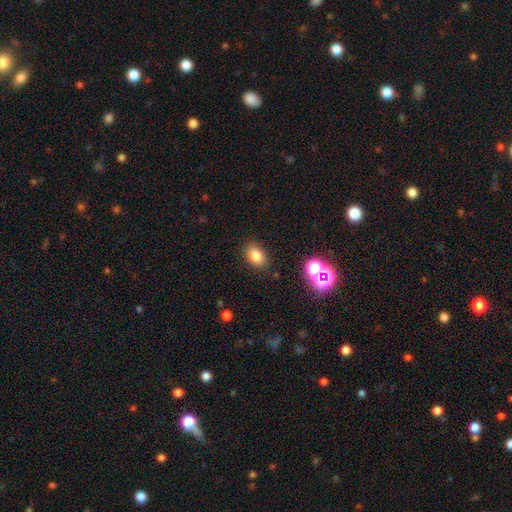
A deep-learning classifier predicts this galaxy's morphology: type=smooth (80%); roundness=in between (81%); merging=none (85%).